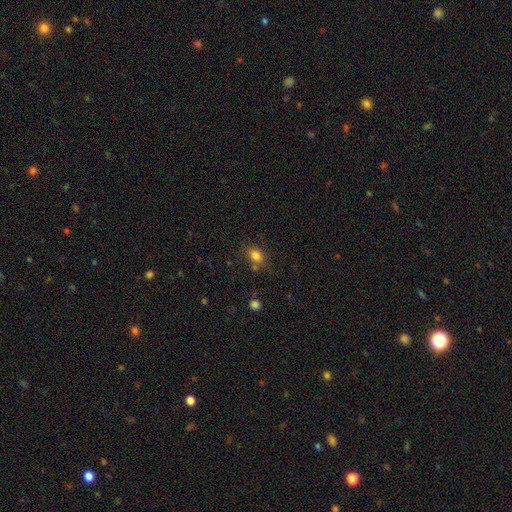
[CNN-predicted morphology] Overall: smooth (82%). How rounded: in between (64%; round 35%). Merging: none (73%).